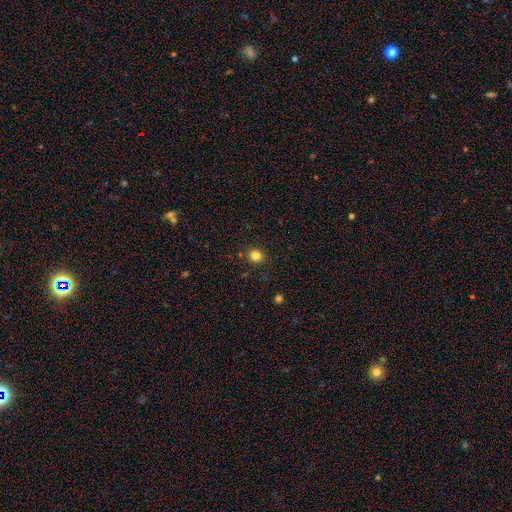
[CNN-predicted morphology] Smooth or featured? Predicted: smooth (p=0.81). How rounded? Predicted: round (p=0.83). Merging? Predicted: none (p=0.89).